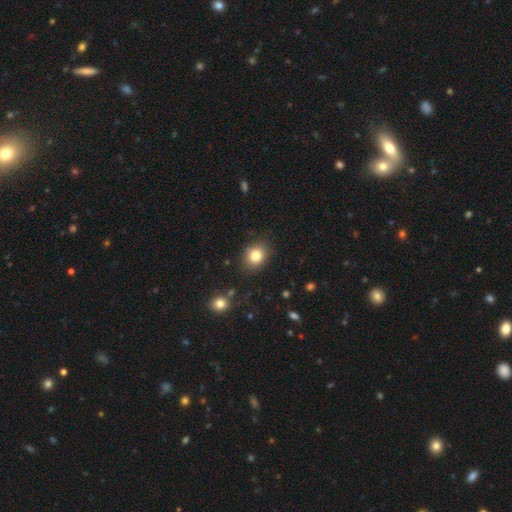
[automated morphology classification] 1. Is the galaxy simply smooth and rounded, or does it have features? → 82% smooth, 10% star or artifact, 7% featured or disk.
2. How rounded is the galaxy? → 57% round, 42% in between, 1% cigar-shaped.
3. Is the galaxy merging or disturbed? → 84% none, 11% minor disturbance, 3% major disturbance, 2% merger.